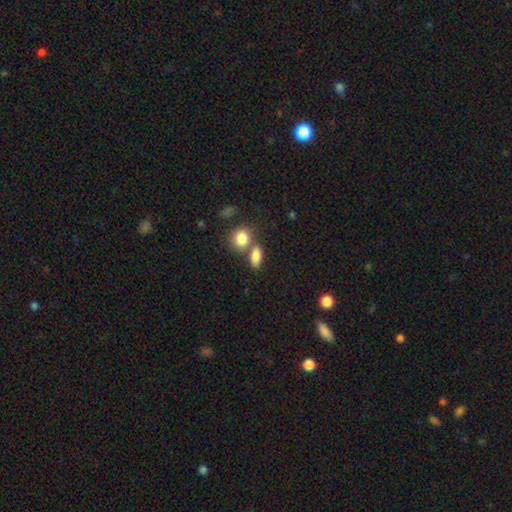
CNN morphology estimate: smooth_or_featured: smooth (p=0.84) [alt: star or artifact p=0.09]
how_rounded: in between (p=0.77) [alt: round p=0.16]
merging: none (p=0.51) [alt: merger p=0.33]